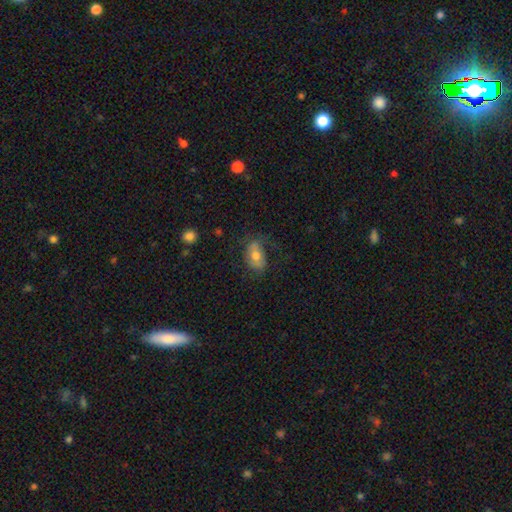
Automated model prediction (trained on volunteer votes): This appears to be a smooth galaxy with no disk features (60%) that is in between round and cigar-shaped (84%). Merging: none (57%).